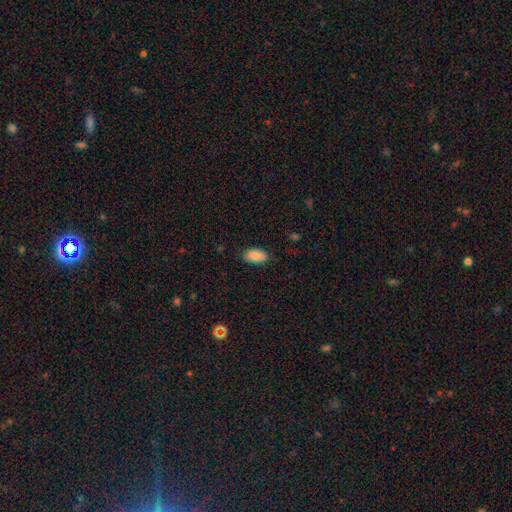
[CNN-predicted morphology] A smooth galaxy with no disk features (89%) that is in between round and cigar-shaped (94%). Merging: none (83%).